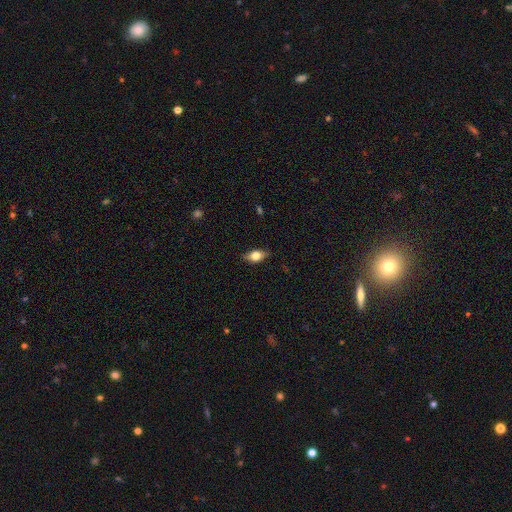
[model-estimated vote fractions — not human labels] A smooth galaxy with no disk features (66%) that is in between round and cigar-shaped (80%). Merging: none (81%).